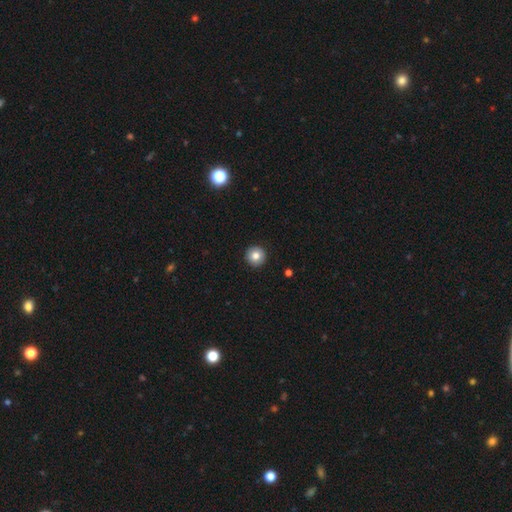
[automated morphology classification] Smooth or featured: smooth — 82% (star or artifact — 9%)
How rounded: round — 96% (in between — 3%)
Merging: none — 93% (minor disturbance — 4%)